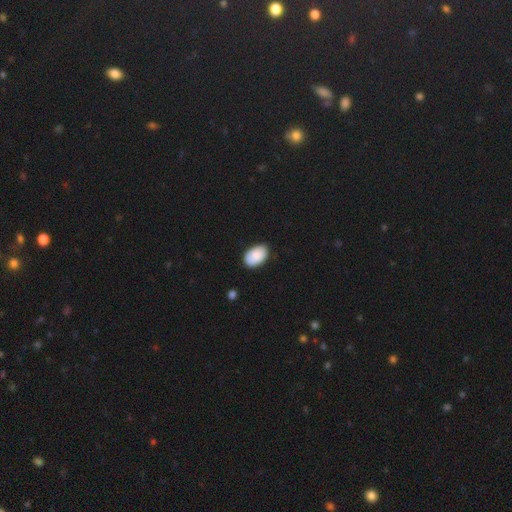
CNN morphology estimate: Smooth or featured? Predicted: smooth (p=0.89). How rounded? Predicted: in between (p=0.92). Merging? Predicted: none (p=0.81).